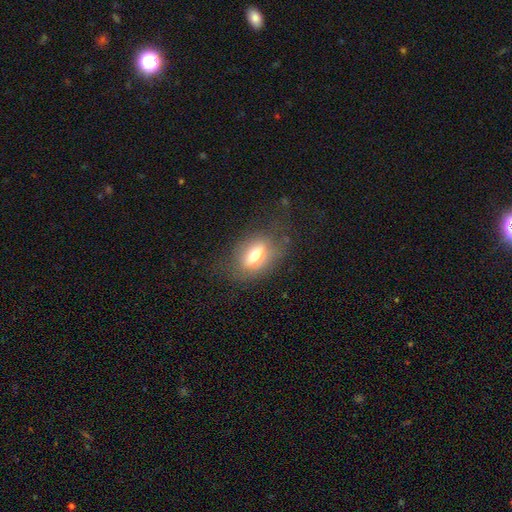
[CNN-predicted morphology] Smooth or featured? Predicted: smooth (p=0.62). How rounded? Predicted: in between (p=0.76). Merging? Predicted: none (p=0.69).